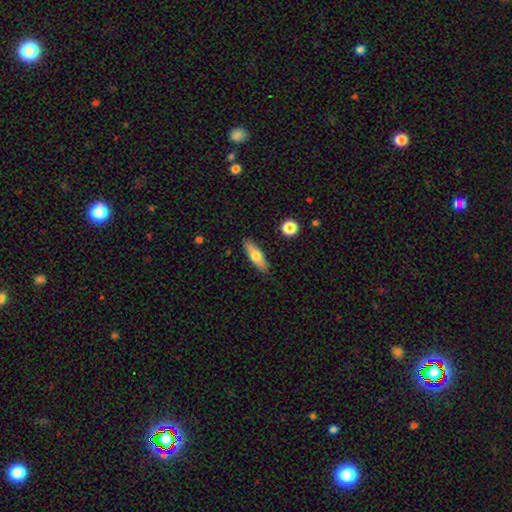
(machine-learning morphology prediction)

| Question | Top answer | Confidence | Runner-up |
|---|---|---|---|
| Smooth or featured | smooth | 64% | featured or disk (29%) |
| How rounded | cigar-shaped | 54% | in between (43%) |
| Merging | none | 87% | minor disturbance (9%) |